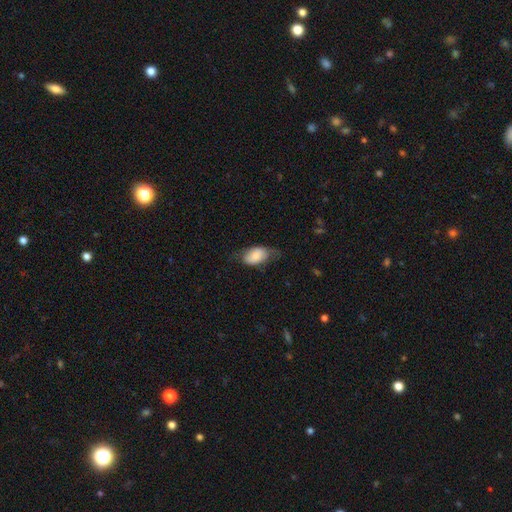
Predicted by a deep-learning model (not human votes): This is likely a smooth galaxy (72%). How rounded: clearly in between (90%). Merging: possibly none (51%).